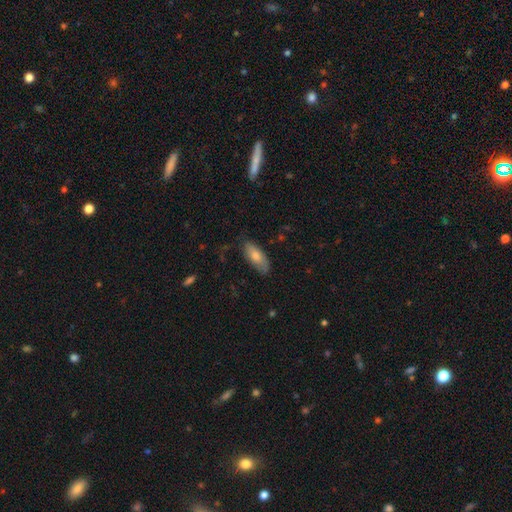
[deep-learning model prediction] This is likely a smooth galaxy (75%). How rounded: likely in between (79%). Merging: likely none (73%).